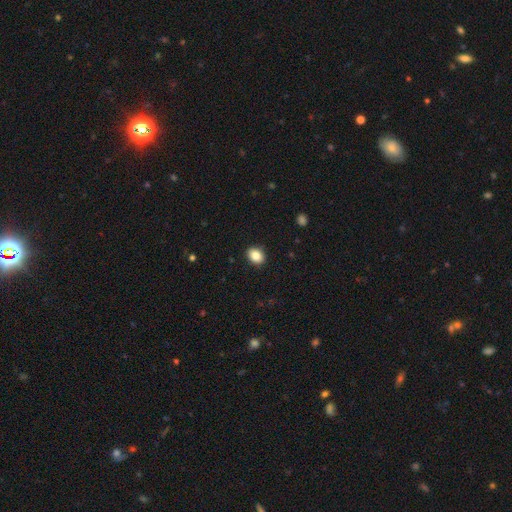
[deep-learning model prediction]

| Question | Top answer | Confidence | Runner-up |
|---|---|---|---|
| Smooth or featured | smooth | 86% | star or artifact (9%) |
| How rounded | in between | 58% | round (41%) |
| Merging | none | 91% | minor disturbance (7%) |